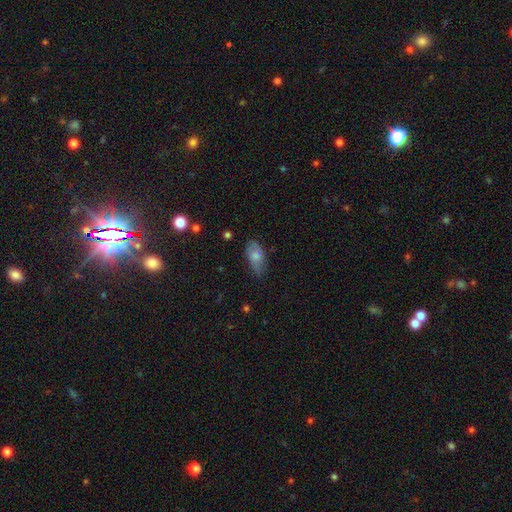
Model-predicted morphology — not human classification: A smooth galaxy with no disk features (68%) that is in between round and cigar-shaped (91%). Merging: none (58%).